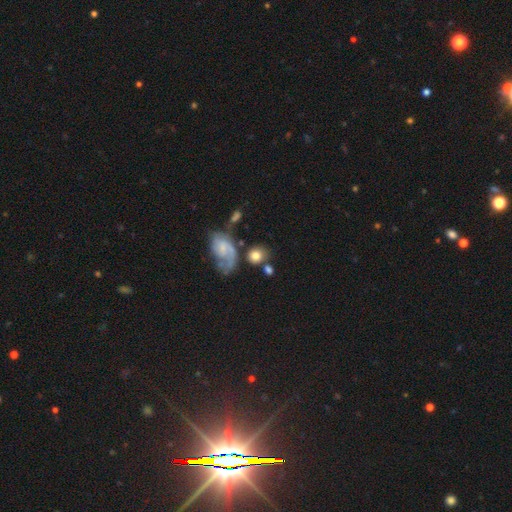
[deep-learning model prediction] Overall: smooth (70%). How rounded: round (77%). Merging: none (58%).